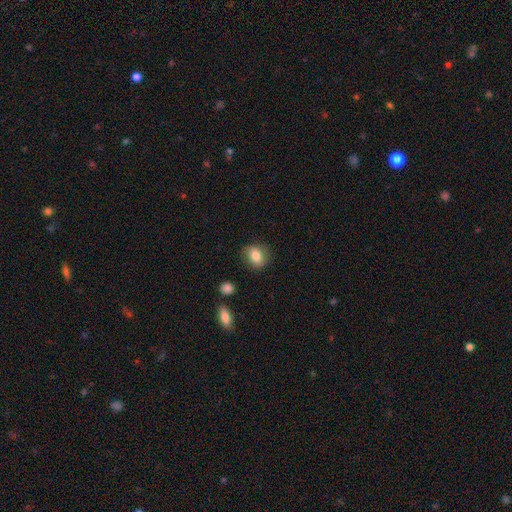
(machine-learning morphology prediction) This appears to be a smooth galaxy with no disk features (83%) that is in between round and cigar-shaped (59%). Merging: none (78%).